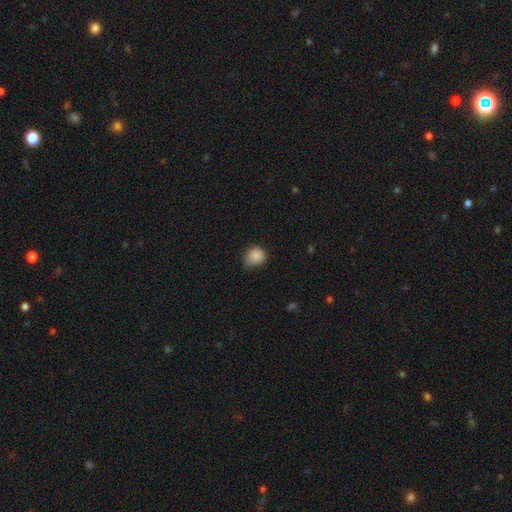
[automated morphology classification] Smooth or featured: smooth — 86% (star or artifact — 10%)
How rounded: round — 82% (in between — 17%)
Merging: none — 54% (minor disturbance — 37%)